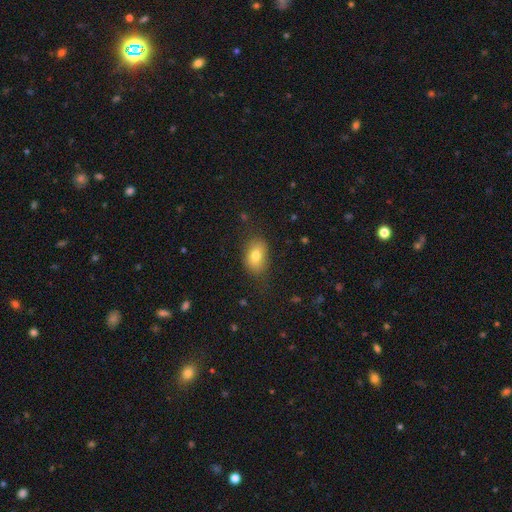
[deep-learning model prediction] This is likely a smooth galaxy (77%). How rounded: likely in between (80%). Merging: likely none (76%).